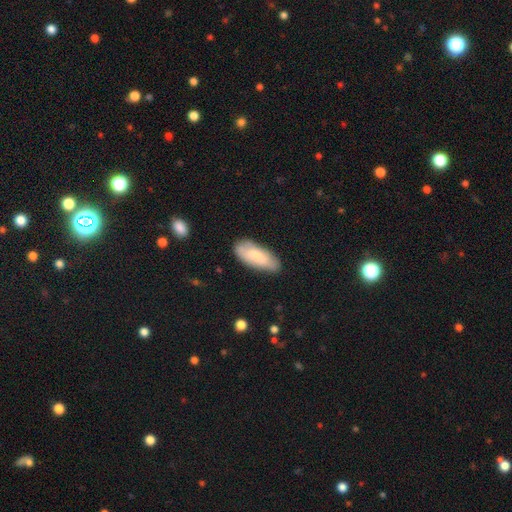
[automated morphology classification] This appears to be a smooth galaxy with no disk features (75%) that is in between round and cigar-shaped (82%). Merging: none (76%).